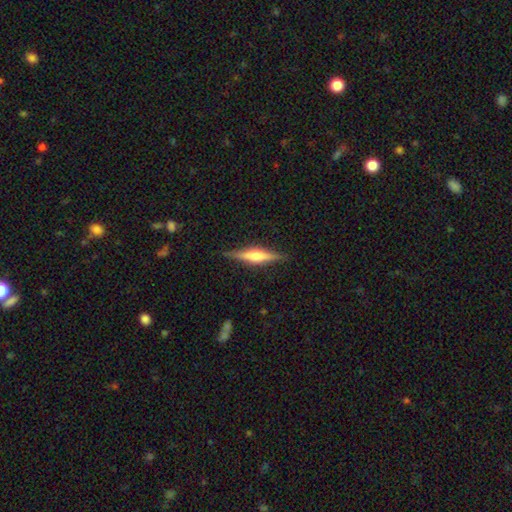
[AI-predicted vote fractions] smooth_or_featured: featured or disk (p=0.61) [alt: smooth p=0.33]
disk_edge_on: yes (p=0.96) [alt: no p=0.04]
edge_on_bulge: rounded (p=0.73) [alt: boxy p=0.15]
merging: none (p=0.88) [alt: minor disturbance p=0.09]